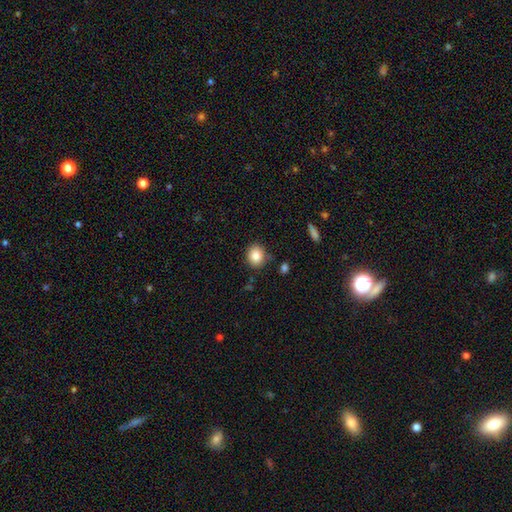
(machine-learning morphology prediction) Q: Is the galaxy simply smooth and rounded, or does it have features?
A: smooth — 84%.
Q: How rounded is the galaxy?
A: round — 71%.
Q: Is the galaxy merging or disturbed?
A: none — 83%.